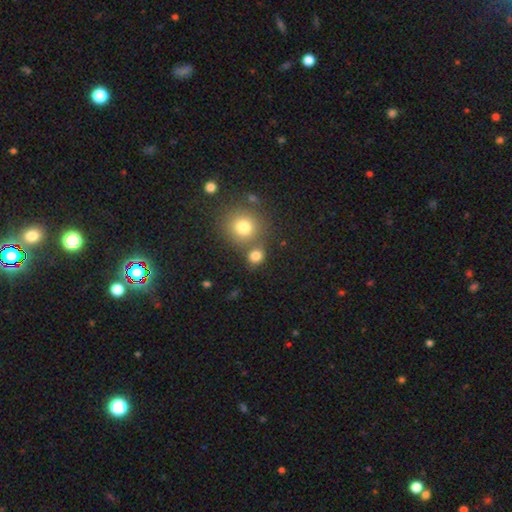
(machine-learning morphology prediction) Smooth or featured?
  - smooth: 79% *
  - star or artifact: 14%
  - featured or disk: 7%
How rounded?
  - round: 78% *
  - in between: 20%
  - cigar-shaped: 1%
Merging?
  - none: 62% *
  - merger: 25%
  - minor disturbance: 9%
  - major disturbance: 4%